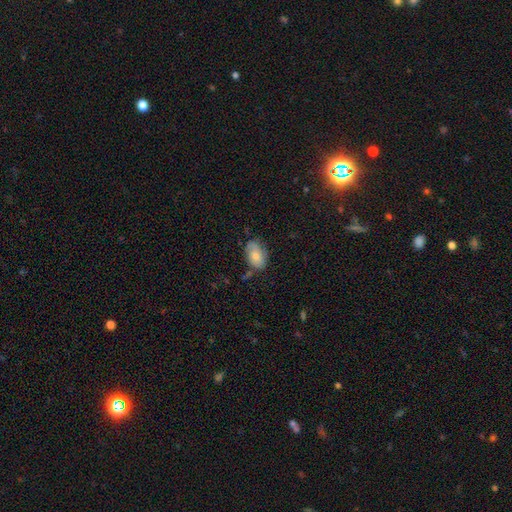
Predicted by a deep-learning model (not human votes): A smooth galaxy with no disk features (73%) that is in between round and cigar-shaped (90%). Merging: none (62%).